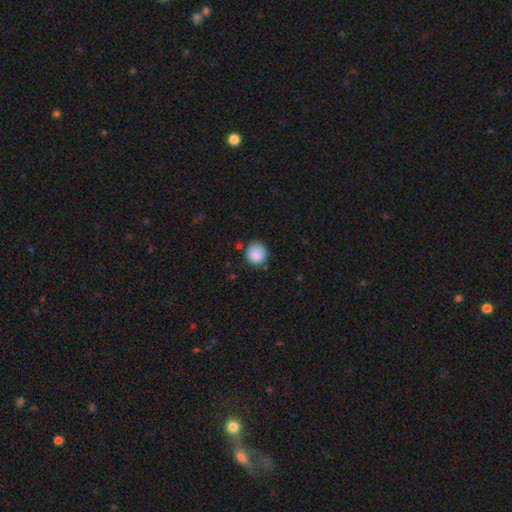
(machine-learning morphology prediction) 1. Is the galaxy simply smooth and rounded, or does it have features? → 87% smooth, 8% star or artifact, 5% featured or disk.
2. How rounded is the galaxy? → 89% round, 10% in between, 1% cigar-shaped.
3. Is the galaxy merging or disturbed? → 75% none, 18% minor disturbance, 4% major disturbance, 3% merger.